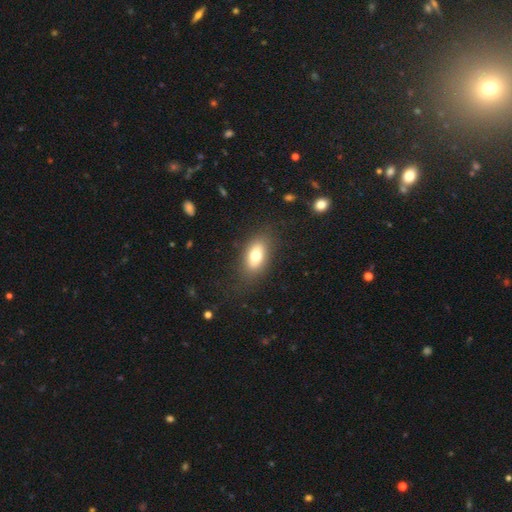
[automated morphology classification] Smooth or featured?
  - smooth: 75% *
  - featured or disk: 17%
  - star or artifact: 8%
How rounded?
  - in between: 87% *
  - round: 7%
  - cigar-shaped: 6%
Merging?
  - none: 80% *
  - minor disturbance: 13%
  - major disturbance: 6%
  - merger: 1%